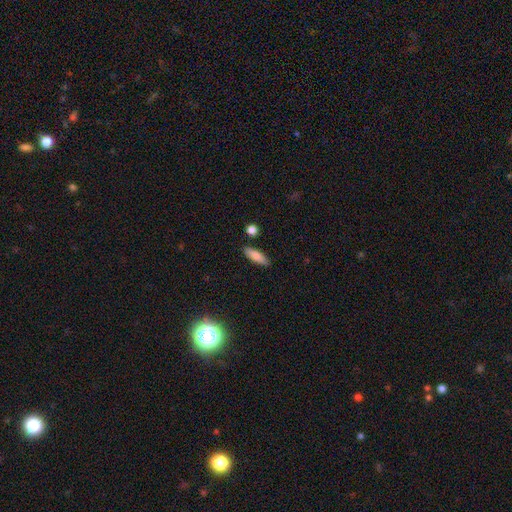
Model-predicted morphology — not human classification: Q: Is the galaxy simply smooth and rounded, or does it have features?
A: smooth — 78%.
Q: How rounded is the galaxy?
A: cigar-shaped — 50%.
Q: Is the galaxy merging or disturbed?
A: none — 85%.